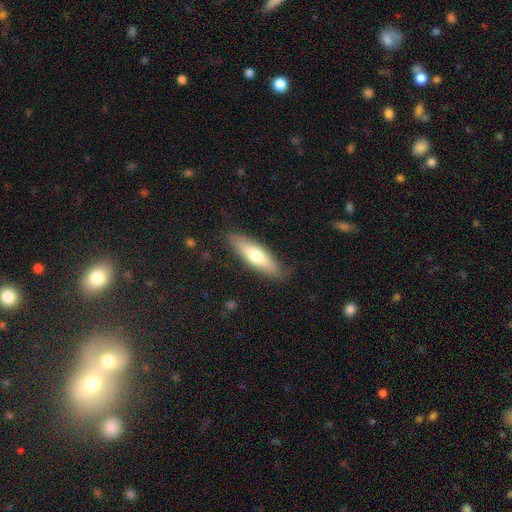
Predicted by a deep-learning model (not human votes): A smooth galaxy with no disk features (65%) that is cigar-shaped (55%). Merging: none (83%).